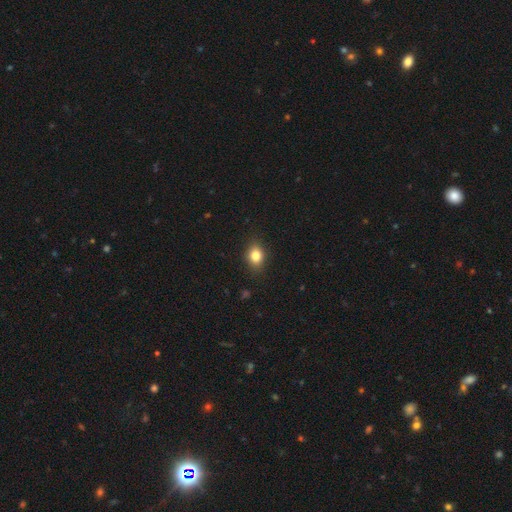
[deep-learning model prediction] Smooth or featured: smooth — 83% (star or artifact — 10%)
How rounded: in between — 60% (round — 38%)
Merging: none — 86% (minor disturbance — 11%)